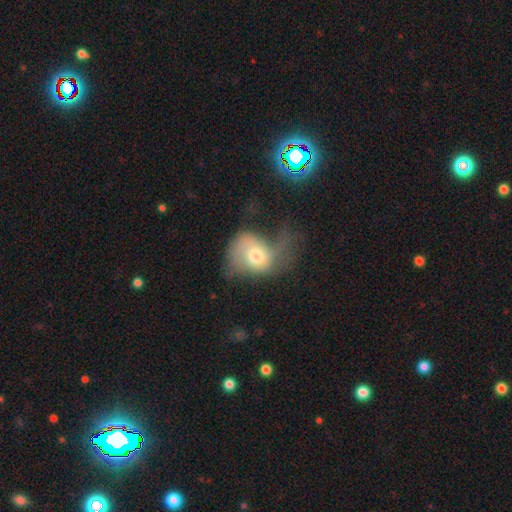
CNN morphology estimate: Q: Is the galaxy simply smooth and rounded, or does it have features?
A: smooth — 54%.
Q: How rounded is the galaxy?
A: round — 52%.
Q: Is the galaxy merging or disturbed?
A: major disturbance — 50%.